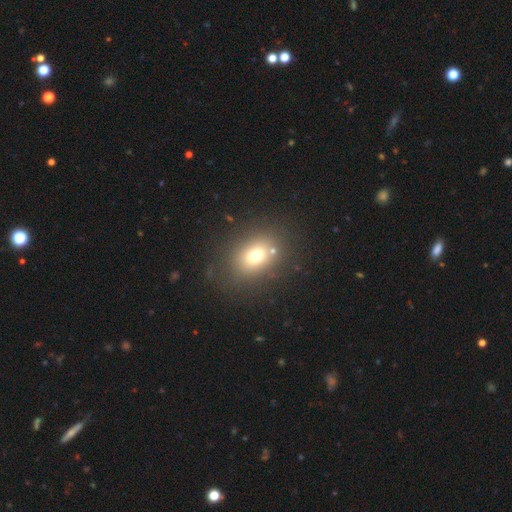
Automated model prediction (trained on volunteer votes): Smooth or featured? smooth (71%)
How rounded? in between (58%)
Merging? none (78%)